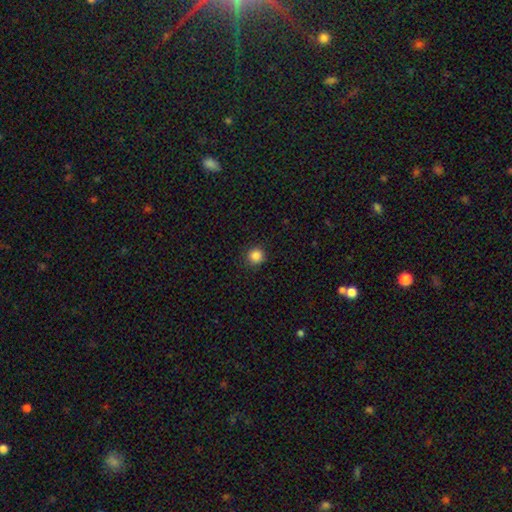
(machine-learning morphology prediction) Overall: smooth (86%). How rounded: round (94%). Merging: none (91%).